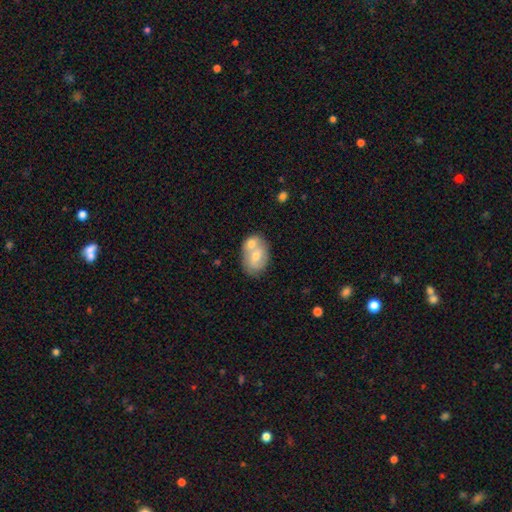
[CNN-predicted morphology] Smooth or featured? Predicted: smooth (p=0.53). How rounded? Predicted: in between (p=0.77). Merging? Predicted: merger (p=0.45).